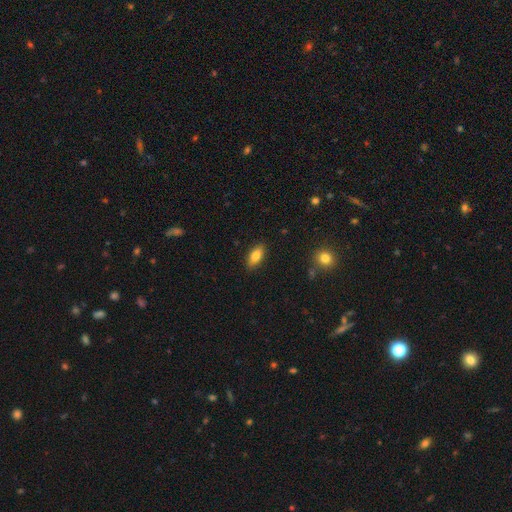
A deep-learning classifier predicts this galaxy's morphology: A smooth galaxy with no disk features (82%) that is in between round and cigar-shaped (88%). Merging: none (87%).